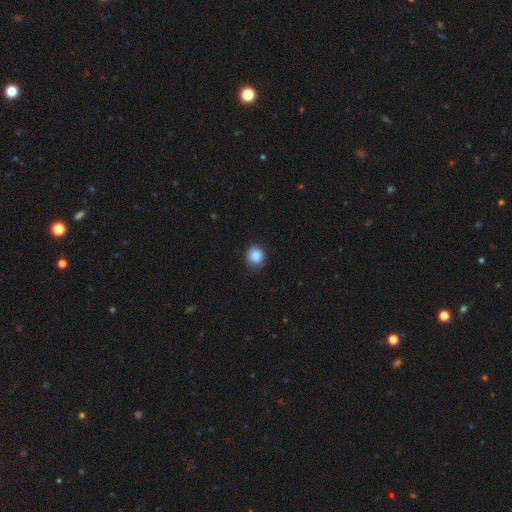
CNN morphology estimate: smooth_or_featured: smooth (p=0.87) [alt: star or artifact p=0.09]
how_rounded: round (p=0.87) [alt: in between p=0.12]
merging: none (p=0.84) [alt: minor disturbance p=0.12]